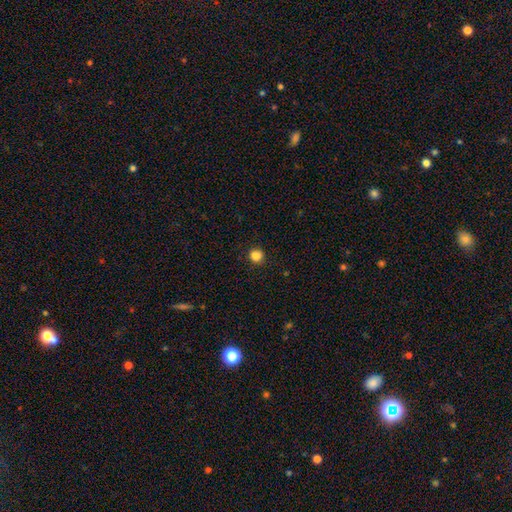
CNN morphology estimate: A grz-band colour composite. It shows a smooth galaxy with no disk features (85%) that is round (90%). Merging: none (90%).